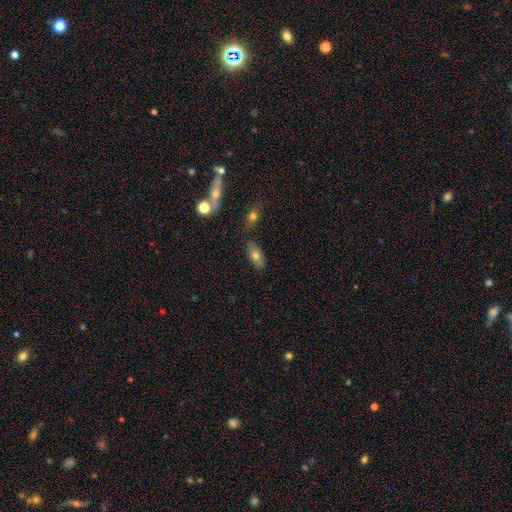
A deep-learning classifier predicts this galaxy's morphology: Smooth or featured? Predicted: smooth (p=0.71). How rounded? Predicted: in between (p=0.88). Merging? Predicted: none (p=0.78).